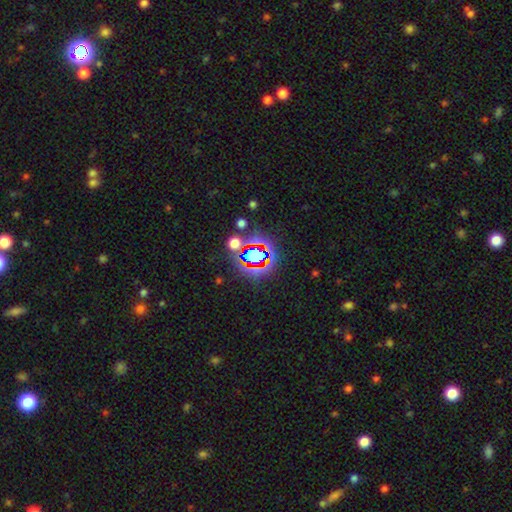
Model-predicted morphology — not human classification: Smooth or featured: star or artifact — 59% (smooth — 27%)